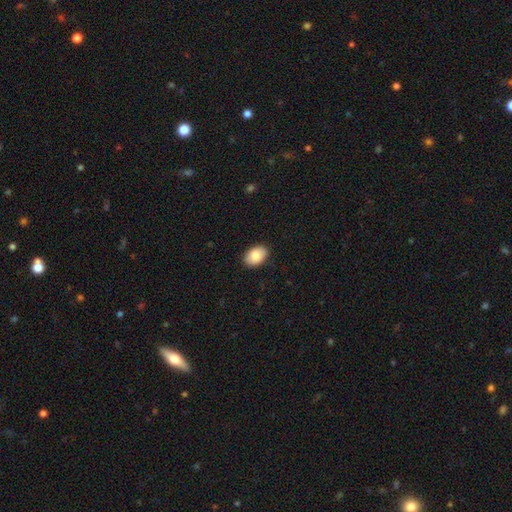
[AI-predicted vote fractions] smooth_or_featured: smooth (p=0.87) [alt: featured or disk p=0.07]
how_rounded: in between (p=0.89) [alt: round p=0.10]
merging: none (p=0.90) [alt: minor disturbance p=0.07]